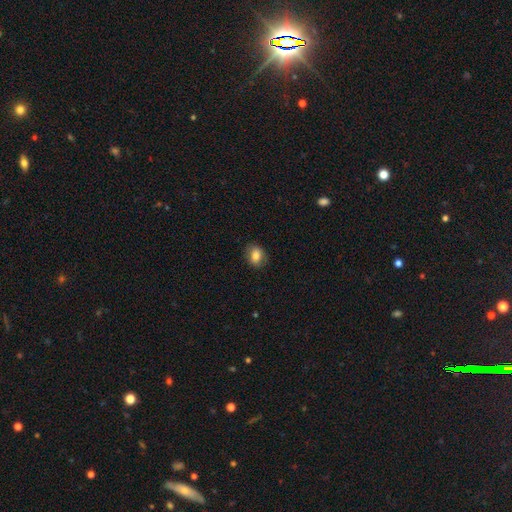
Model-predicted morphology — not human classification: The model was most divided on "how rounded": in between: 60%, round: 38%, cigar-shaped: 1%. More confident: merging — none (83%); smooth or featured — smooth (80%).